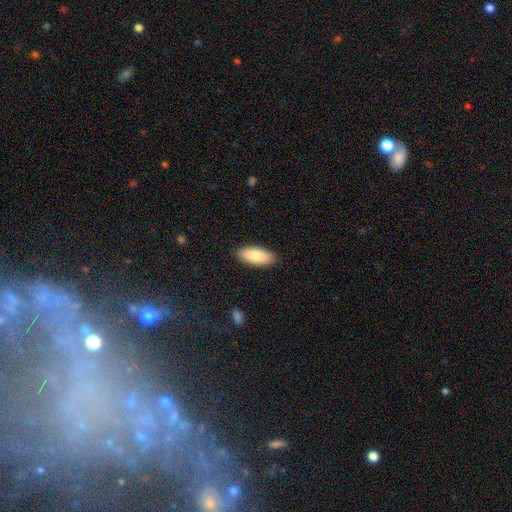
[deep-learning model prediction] A smooth galaxy with no disk features (80%) that is in between round and cigar-shaped (81%).

Vote fractions:
- Smooth or featured? smooth: 80% / featured or disk: 14% / star or artifact: 6%
- How rounded? in between: 81% / cigar-shaped: 17% / round: 2%
- Merging? none: 89% / minor disturbance: 8% / major disturbance: 2% / merger: 1%